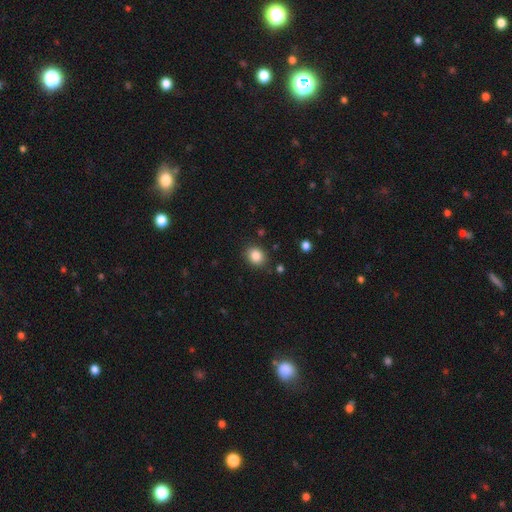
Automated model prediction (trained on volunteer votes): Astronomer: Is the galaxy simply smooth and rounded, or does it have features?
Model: smooth — 85%.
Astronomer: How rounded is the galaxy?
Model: round — 56% (runner-up: in between, 43%).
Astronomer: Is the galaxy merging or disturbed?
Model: none — 86%.